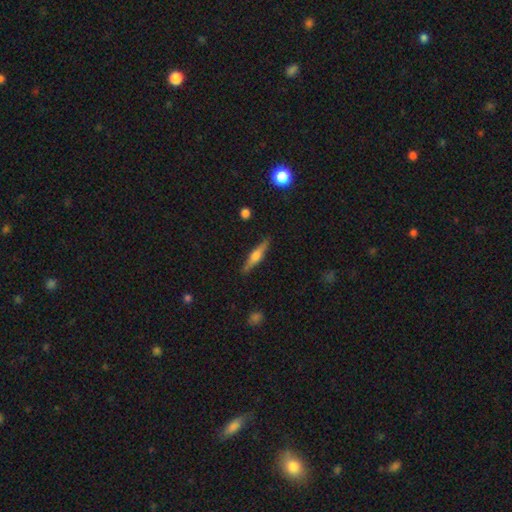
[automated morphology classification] Smooth or featured? featured or disk (62%)
Edge-on disk? yes (97%)
Edge-on bulge? rounded (84%)
Merging? none (89%)